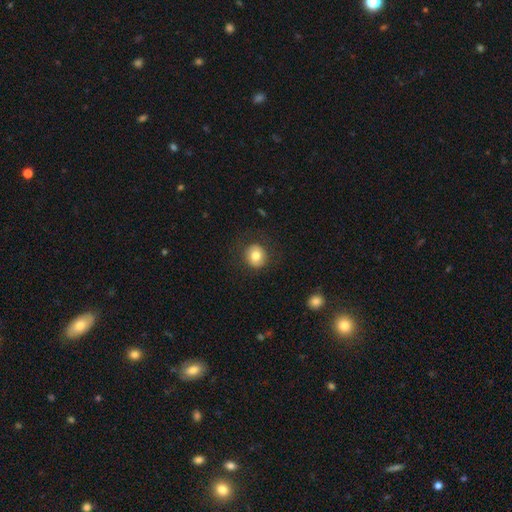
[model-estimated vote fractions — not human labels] Overall: smooth (77%). How rounded: round (85%). Merging: none (84%).